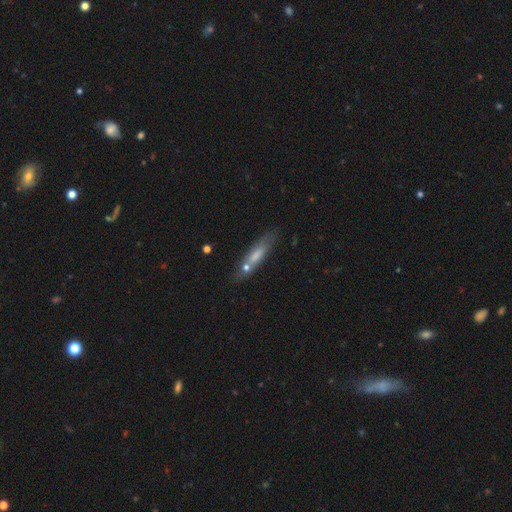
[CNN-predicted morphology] A smooth galaxy with no disk features (62%) that is cigar-shaped (74%). Merging: none (65%).